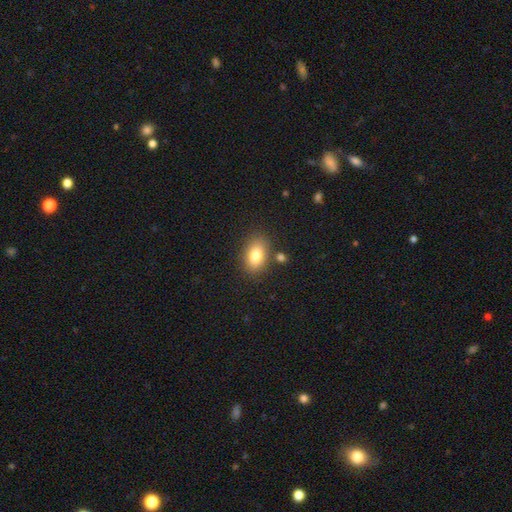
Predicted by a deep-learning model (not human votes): This appears to be a smooth galaxy with no disk features (81%) that is in between round and cigar-shaped (86%). Merging: none (79%).